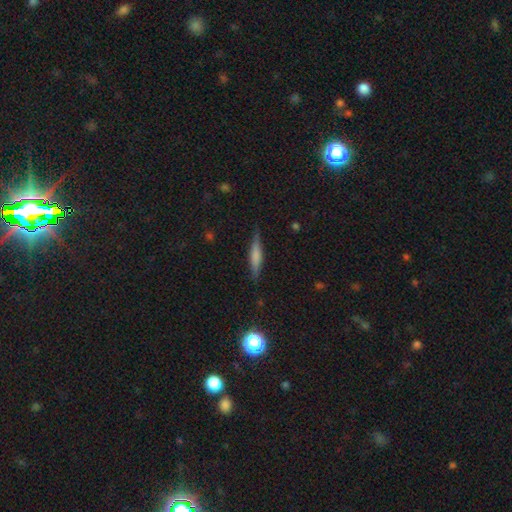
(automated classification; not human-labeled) This is possibly a smooth galaxy (53%). How rounded: clearly cigar-shaped (85%). Merging: clearly none (85%).